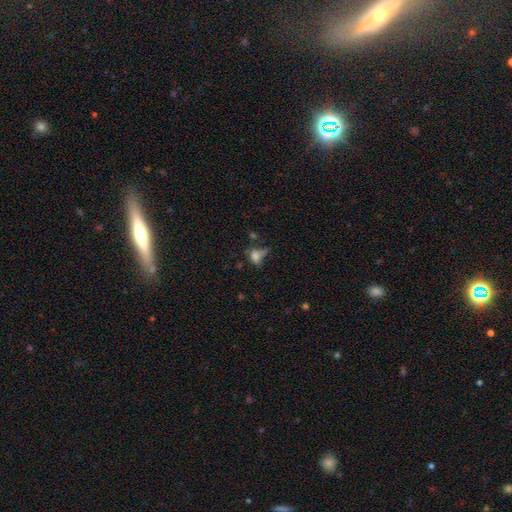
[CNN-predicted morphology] smooth 70%, star or artifact 16%, featured or disk 14%. Down the decision tree: how rounded — in between (65%); merging — none (36%).